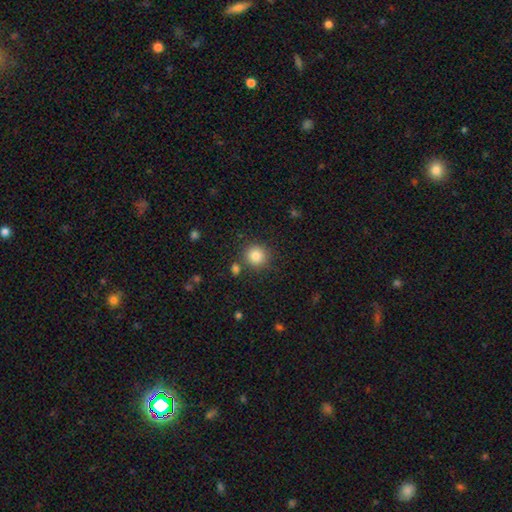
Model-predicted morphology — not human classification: The model was most divided on "smooth or featured": smooth: 85%, star or artifact: 10%, featured or disk: 5%. More confident: how rounded — round (91%); merging — none (83%).